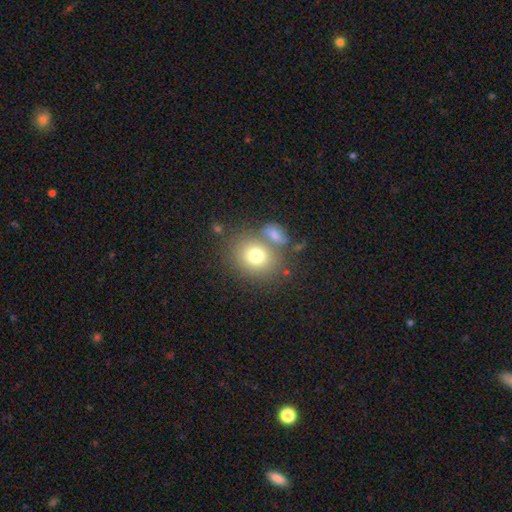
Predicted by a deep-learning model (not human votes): The model was most divided on "merging": none: 59%, merger: 24%, minor disturbance: 12%, major disturbance: 6%. More confident: smooth or featured — smooth (75%); how rounded — round (67%).